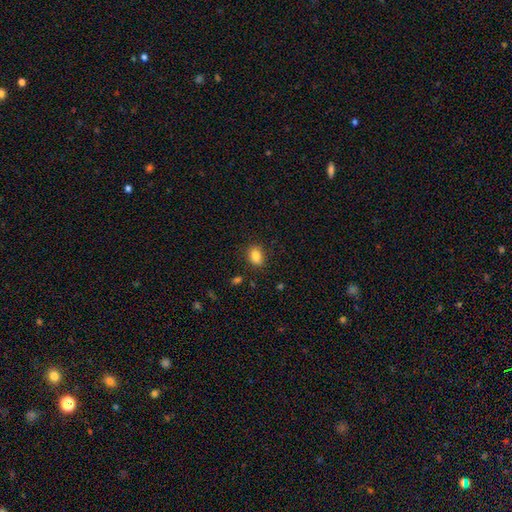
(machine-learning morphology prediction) Q: Smooth or featured?
A: smooth (83%); runner-up: star or artifact (10%)
Q: How rounded?
A: in between (72%); runner-up: round (26%)
Q: Merging?
A: none (84%); runner-up: minor disturbance (12%)